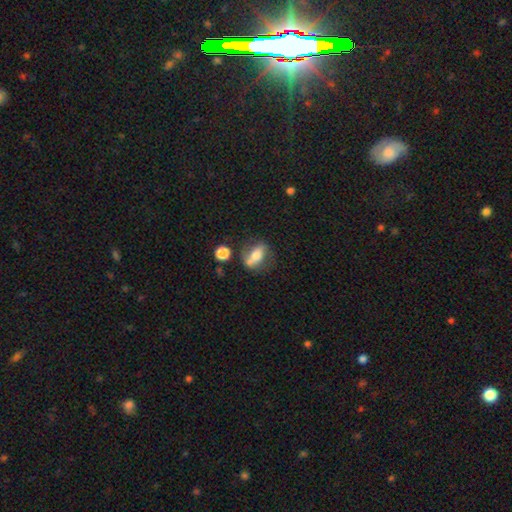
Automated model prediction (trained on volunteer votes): smooth 55%, featured or disk 35%, star or artifact 9%. Down the decision tree: how rounded — in between (70%); merging — none (50%).